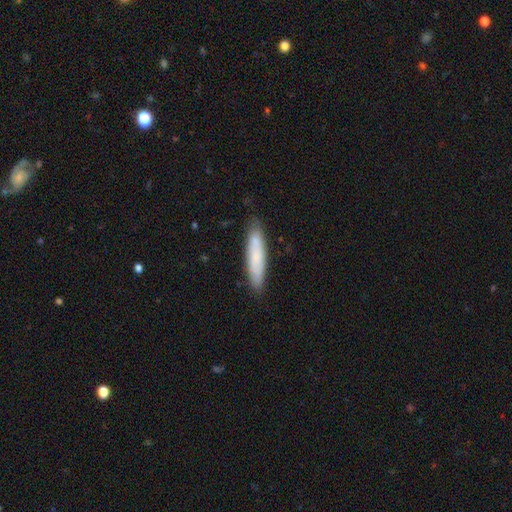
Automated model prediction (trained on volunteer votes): This appears to be a smooth galaxy with no disk features (75%) that is cigar-shaped (83%). Merging: none (84%).